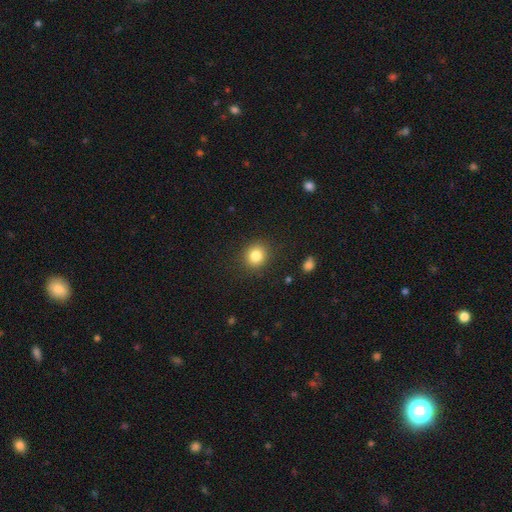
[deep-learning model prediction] A smooth galaxy with no disk features (83%) that is round (77%). Merging: none (88%).